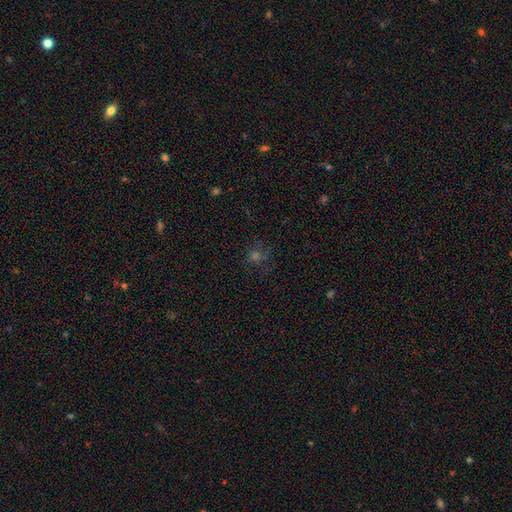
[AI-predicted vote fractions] Smooth or featured? star or artifact (41%)